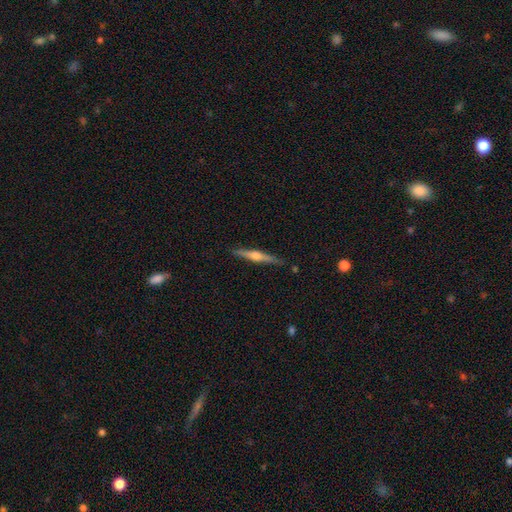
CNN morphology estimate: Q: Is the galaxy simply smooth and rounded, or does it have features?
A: featured or disk — 62%.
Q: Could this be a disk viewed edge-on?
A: yes — 97%.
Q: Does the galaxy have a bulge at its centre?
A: rounded — 87%.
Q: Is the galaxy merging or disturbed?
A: none — 87%.